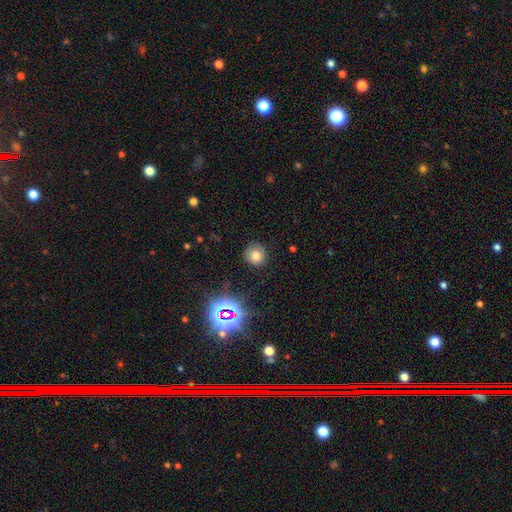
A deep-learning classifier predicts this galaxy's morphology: smooth-or-featured: smooth: 73% | star or artifact: 18% | featured or disk: 8%
  how-rounded: round: 89% | in between: 10% | cigar-shaped: 1%
  merging: none: 84% | minor disturbance: 11% | major disturbance: 3% | merger: 2%